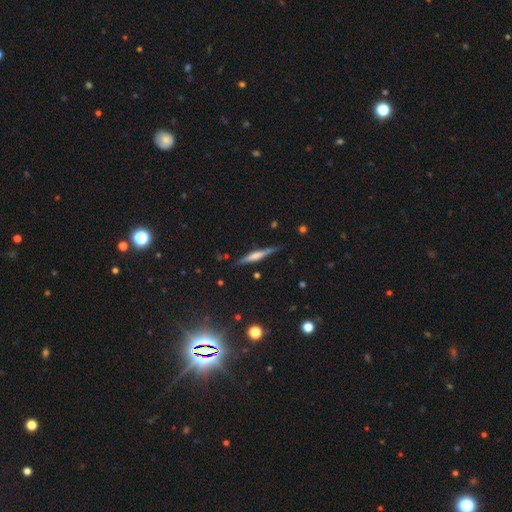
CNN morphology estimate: Q: Smooth or featured?
A: featured or disk (62%); runner-up: smooth (30%)
Q: Edge-on disk?
A: yes (97%); runner-up: no (3%)
Q: Edge-on bulge?
A: rounded (47%); runner-up: boxy (31%)
Q: Merging?
A: none (85%); runner-up: minor disturbance (11%)